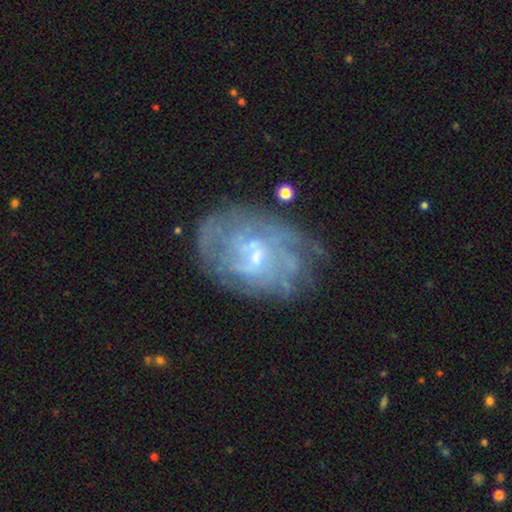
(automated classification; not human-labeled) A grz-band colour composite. It shows a featured or disk galaxy (75%) with a weak bar (49%), tight (49%) spiral arms (74%) and a small central bulge (67%). Merging: none (63%).